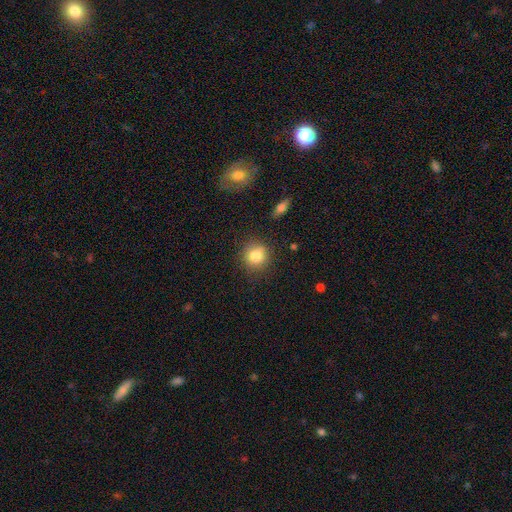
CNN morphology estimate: Q: Smooth or featured?
A: smooth (81%); runner-up: star or artifact (10%)
Q: How rounded?
A: round (89%); runner-up: in between (10%)
Q: Merging?
A: none (77%); runner-up: minor disturbance (13%)